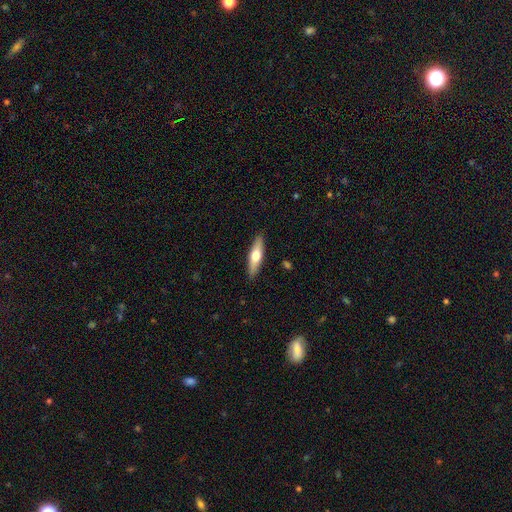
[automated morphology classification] smooth 52%, featured or disk 43%, star or artifact 5%. Down the decision tree: how rounded — cigar-shaped (67%); merging — none (89%).